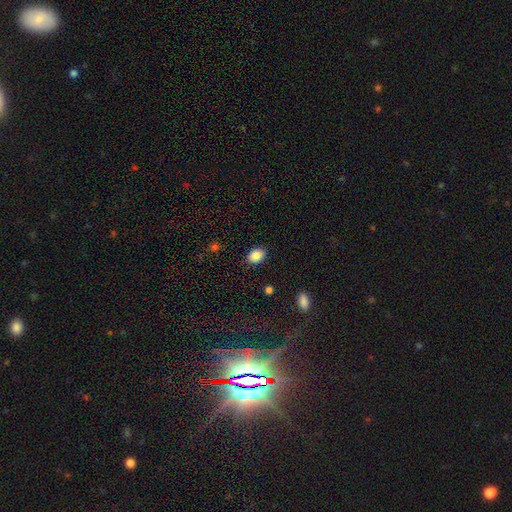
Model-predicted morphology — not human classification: smooth_or_featured: smooth (p=0.87) [alt: star or artifact p=0.08]
how_rounded: in between (p=0.75) [alt: round p=0.24]
merging: none (p=0.88) [alt: minor disturbance p=0.09]